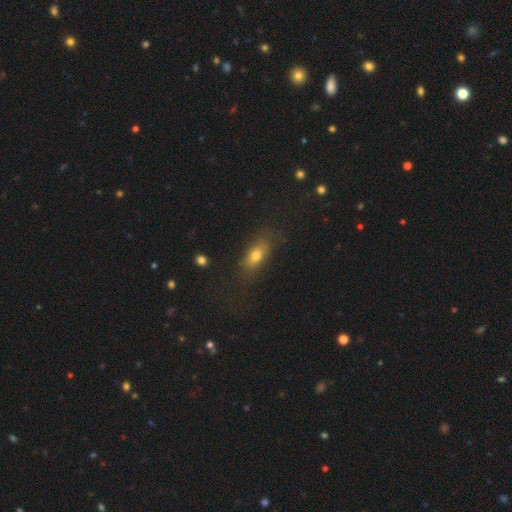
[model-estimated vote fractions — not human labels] This appears to be a smooth galaxy with no disk features (73%) that is in between round and cigar-shaped (76%). Merging: none (73%).